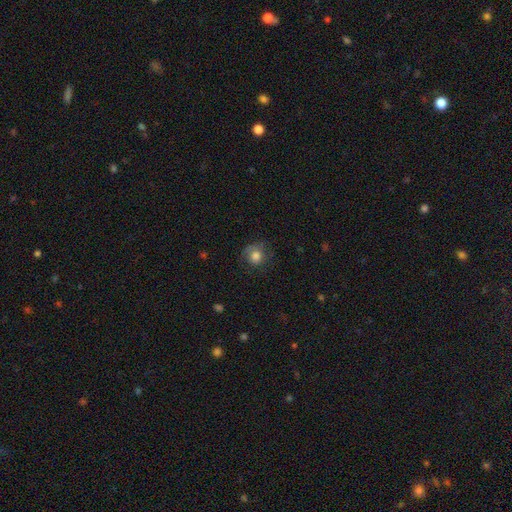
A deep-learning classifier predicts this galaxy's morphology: Smooth or featured? Predicted: smooth (p=0.78). How rounded? Predicted: round (p=0.85). Merging? Predicted: none (p=0.65).